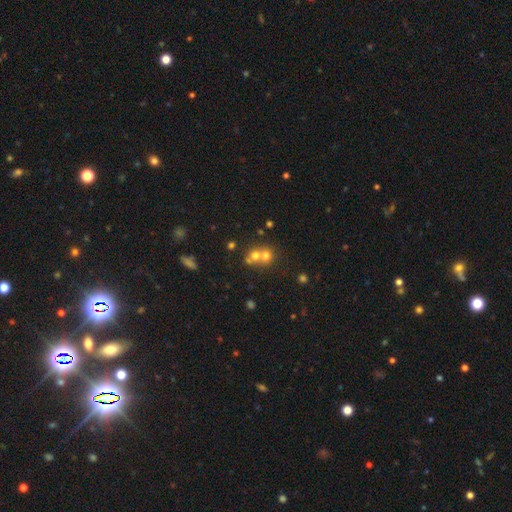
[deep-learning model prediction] smooth-or-featured: smooth: 59% | featured or disk: 21% | star or artifact: 20%
  how-rounded: round: 80% | in between: 19% | cigar-shaped: 1%
  merging: merger: 54% | none: 37% | minor disturbance: 6% | major disturbance: 3%